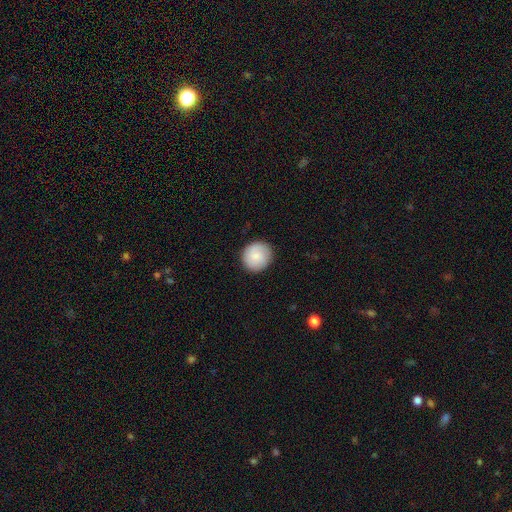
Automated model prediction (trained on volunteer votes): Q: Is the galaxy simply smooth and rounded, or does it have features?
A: smooth — 83%.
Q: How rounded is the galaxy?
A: round — 90%.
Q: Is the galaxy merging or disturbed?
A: none — 88%.